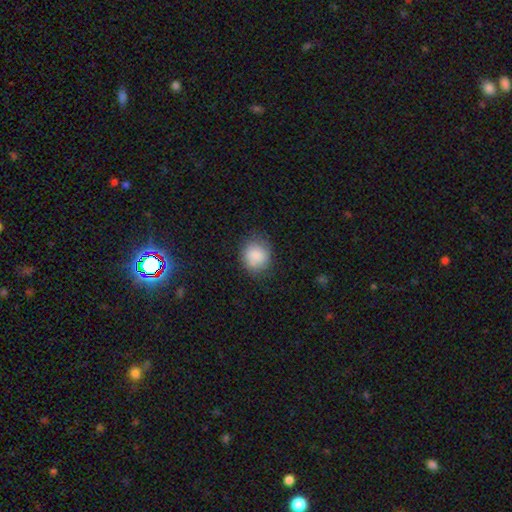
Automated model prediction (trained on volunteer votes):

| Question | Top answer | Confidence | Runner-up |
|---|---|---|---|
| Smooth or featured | smooth | 85% | star or artifact (7%) |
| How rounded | round | 79% | in between (20%) |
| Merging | none | 78% | minor disturbance (16%) |